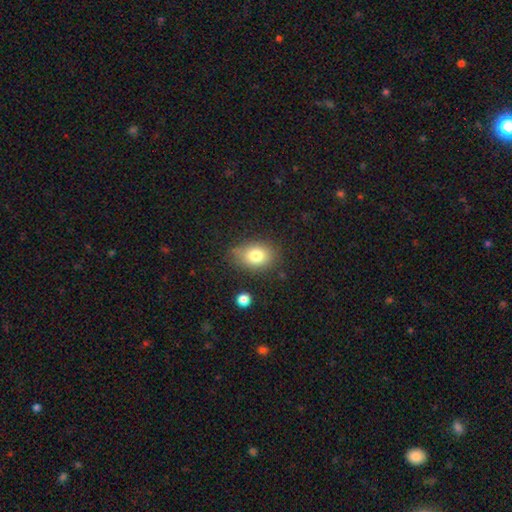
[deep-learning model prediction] smooth_or_featured: smooth (p=0.80) [alt: featured or disk p=0.11]
how_rounded: in between (p=0.71) [alt: round p=0.28]
merging: none (p=0.76) [alt: minor disturbance p=0.17]